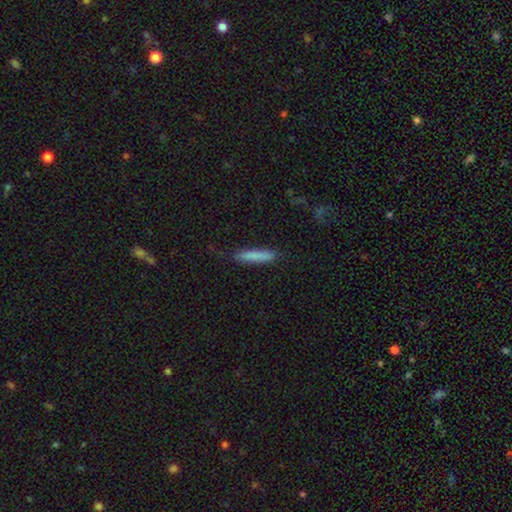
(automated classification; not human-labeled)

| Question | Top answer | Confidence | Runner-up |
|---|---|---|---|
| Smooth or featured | smooth | 82% | featured or disk (12%) |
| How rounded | cigar-shaped | 90% | in between (8%) |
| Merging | none | 84% | minor disturbance (12%) |